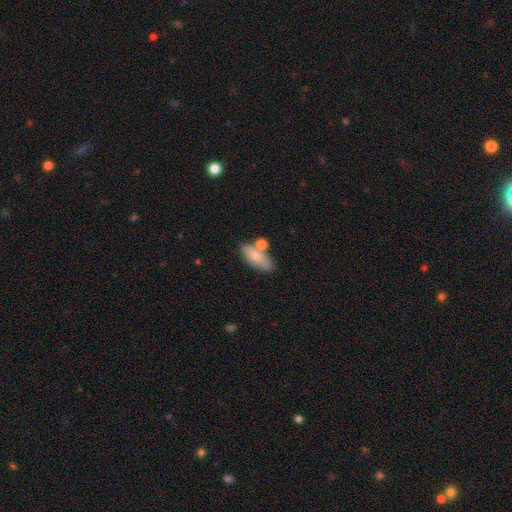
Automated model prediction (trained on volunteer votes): Overall: smooth (75%). How rounded: in between (81%). Merging: none (53%; merger 23%).